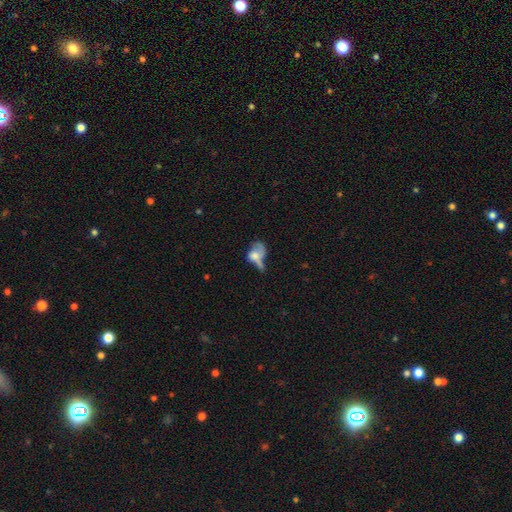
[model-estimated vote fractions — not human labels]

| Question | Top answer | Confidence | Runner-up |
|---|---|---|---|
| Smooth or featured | smooth | 54% | featured or disk (35%) |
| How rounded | in between | 72% | round (24%) |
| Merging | major disturbance | 34% | merger (33%) |